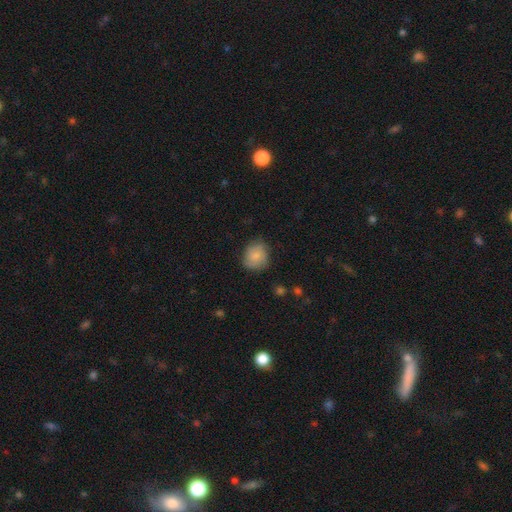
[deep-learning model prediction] Overall: smooth (79%). How rounded: round (75%). Merging: none (74%).